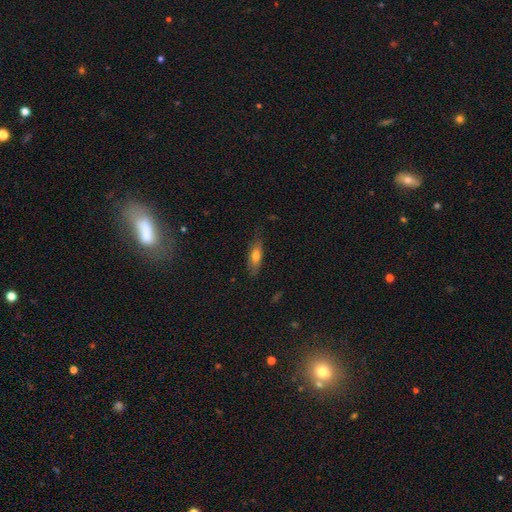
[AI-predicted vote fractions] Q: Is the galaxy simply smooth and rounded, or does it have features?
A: smooth — 68%.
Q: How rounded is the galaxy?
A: in between — 58%.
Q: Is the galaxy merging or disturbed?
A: none — 74%.